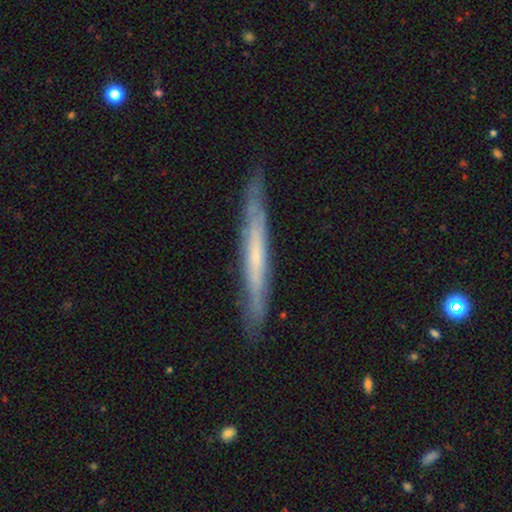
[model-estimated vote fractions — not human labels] featured or disk 61%, smooth 33%, star or artifact 6%. Down the decision tree: edge-on disk — yes (90%); edge-on bulge — none (73%); merging — none (85%).